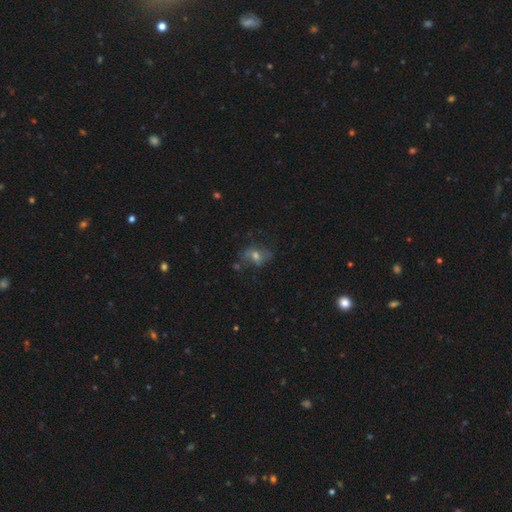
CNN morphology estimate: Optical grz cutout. It shows a featured or disk galaxy (42%). Merging: none (62%).